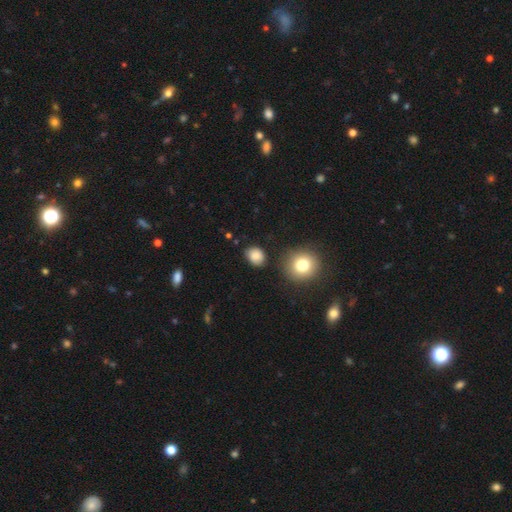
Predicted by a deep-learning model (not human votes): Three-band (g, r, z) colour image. It shows a smooth galaxy with no disk features (85%) that is round (51%). Merging: none (79%).